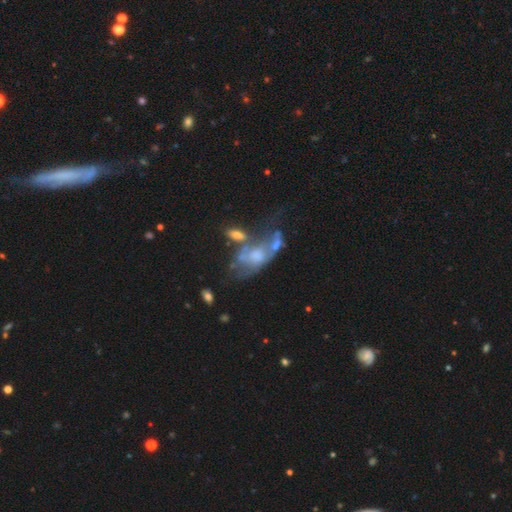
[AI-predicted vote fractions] A featured or disk galaxy (63%) with no bar (79%), no spiral arms (64%) and a moderate central bulge (35%).

Vote fractions:
- Smooth or featured? featured or disk: 63% / smooth: 25% / star or artifact: 12%
- Edge-on disk? no: 91% / yes: 9%
- Bar? no: 79% / weak: 16% / strong: 4%
- Spiral arms? no: 64% / yes: 36%
- Bulge size? moderate: 35% / none: 27% / small: 26% / large: 10% / dominant: 2%
- Merging? merger: 38% / major disturbance: 27% / none: 21% / minor disturbance: 14%